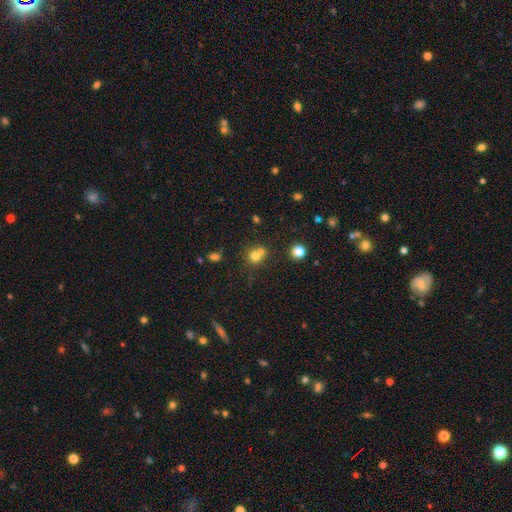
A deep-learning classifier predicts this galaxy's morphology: This appears to be a smooth galaxy with no disk features (71%) that is round (85%). Merging: none (45%, tied with merger).